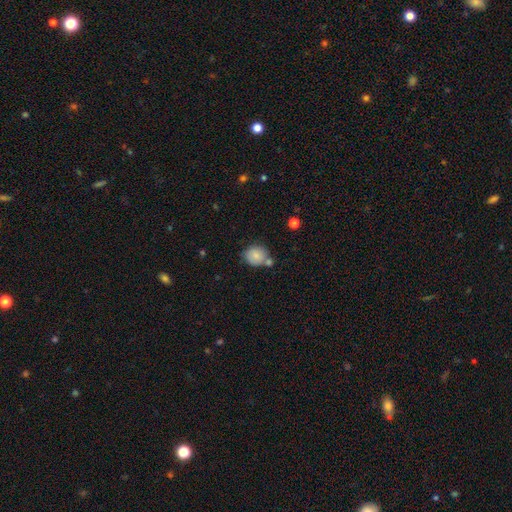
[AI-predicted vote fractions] Smooth or featured?
  - smooth: 80% *
  - featured or disk: 11%
  - star or artifact: 9%
How rounded?
  - round: 73% *
  - in between: 26%
  - cigar-shaped: 1%
Merging?
  - none: 58% *
  - merger: 22%
  - minor disturbance: 16%
  - major disturbance: 4%